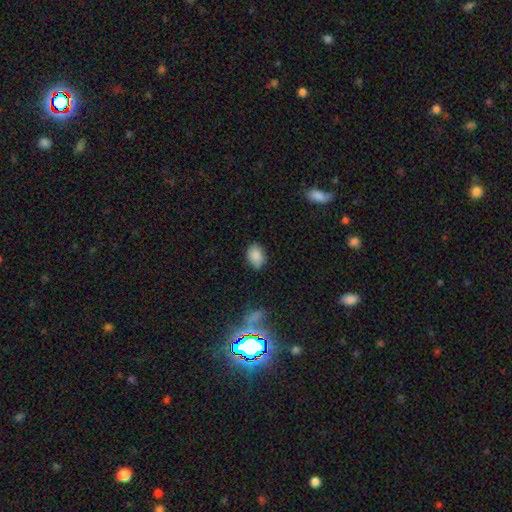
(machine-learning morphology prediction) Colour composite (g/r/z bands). It shows a smooth galaxy with no disk features (85%) that is in between round and cigar-shaped (75%). Merging: none (75%).